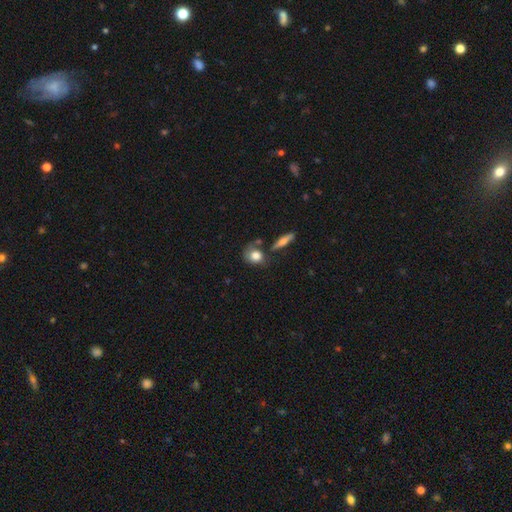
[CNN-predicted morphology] Smooth or featured?
  - smooth: 76% *
  - featured or disk: 16%
  - star or artifact: 8%
How rounded?
  - round: 61% *
  - in between: 36%
  - cigar-shaped: 3%
Merging?
  - none: 49% *
  - minor disturbance: 22%
  - merger: 19%
  - major disturbance: 11%